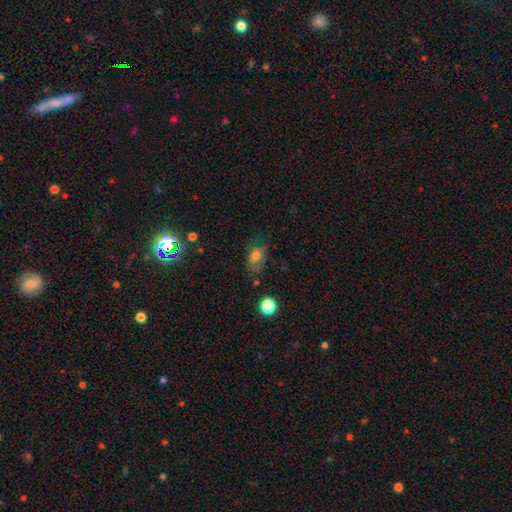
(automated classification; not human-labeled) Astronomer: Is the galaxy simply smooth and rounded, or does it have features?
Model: smooth — 64%.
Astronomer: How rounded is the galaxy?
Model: in between — 83%.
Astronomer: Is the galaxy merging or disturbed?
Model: none — 51% (runner-up: minor disturbance, 29%).